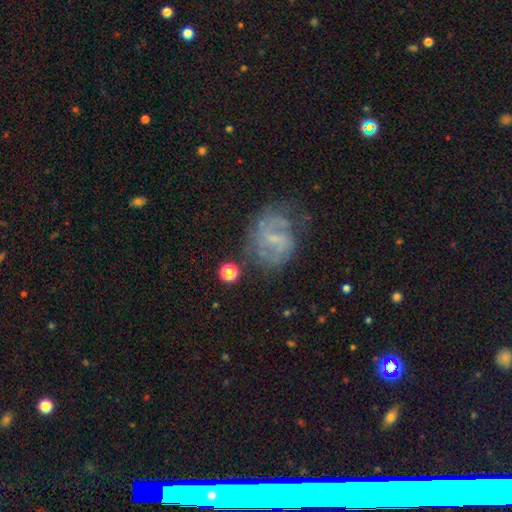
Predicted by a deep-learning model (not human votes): Smooth or featured: featured or disk — 59% (smooth — 22%)
Edge-on disk: no — 92% (yes — 8%)
Bar: weak — 42% (tied with no — 42%)
Spiral arms: yes — 81% (no — 19%)
Bulge size: small — 62% (moderate — 18%)
Merging: none — 70% (minor disturbance — 18%)